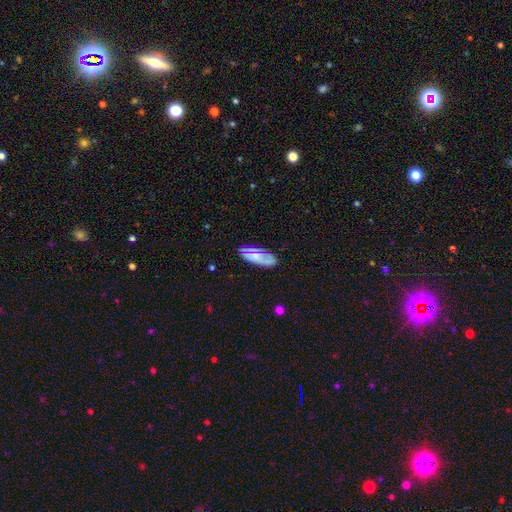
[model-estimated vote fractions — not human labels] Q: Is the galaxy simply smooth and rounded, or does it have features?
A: smooth — 60%.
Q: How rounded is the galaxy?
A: in between — 81%.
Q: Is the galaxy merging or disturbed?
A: none — 77%.